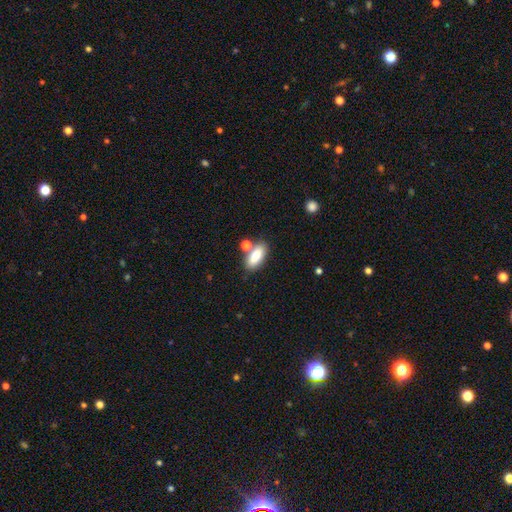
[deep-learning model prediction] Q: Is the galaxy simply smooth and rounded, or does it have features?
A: smooth — 81%.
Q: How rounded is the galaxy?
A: in between — 81%.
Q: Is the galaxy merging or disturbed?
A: none — 67%.